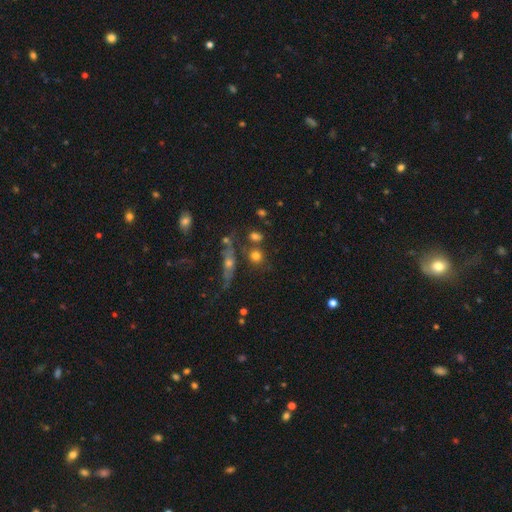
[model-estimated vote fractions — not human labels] Q: Smooth or featured?
A: smooth (72%); runner-up: star or artifact (14%)
Q: How rounded?
A: round (73%); runner-up: in between (22%)
Q: Merging?
A: none (64%); runner-up: merger (18%)